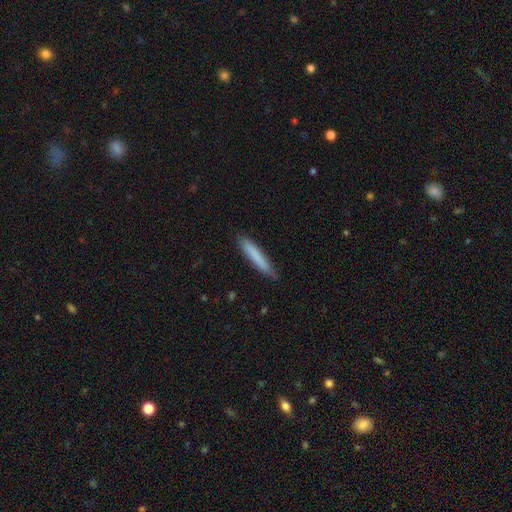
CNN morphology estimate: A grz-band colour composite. It shows a smooth galaxy with no disk features (79%) that is cigar-shaped (94%). Merging: none (86%).